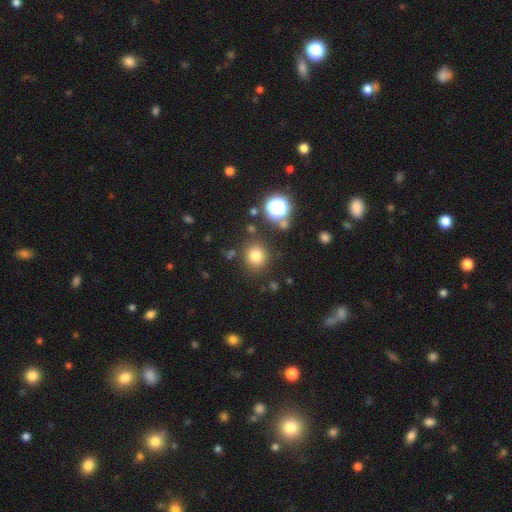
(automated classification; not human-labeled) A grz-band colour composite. It shows a smooth galaxy with no disk features (77%) that is round (87%). Merging: none (84%).